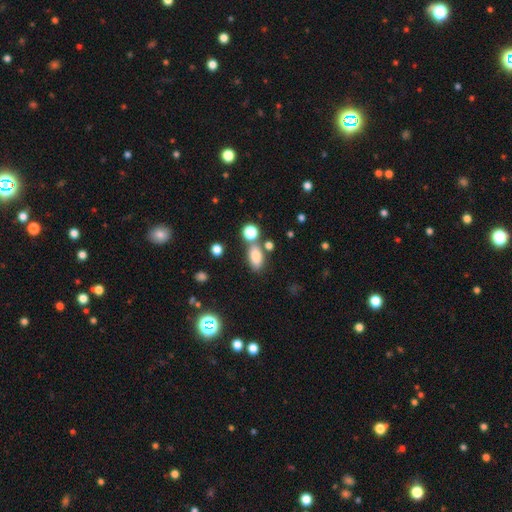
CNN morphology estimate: Smooth or featured: smooth — 79% (star or artifact — 12%)
How rounded: in between — 85% (round — 10%)
Merging: none — 67% (merger — 16%)